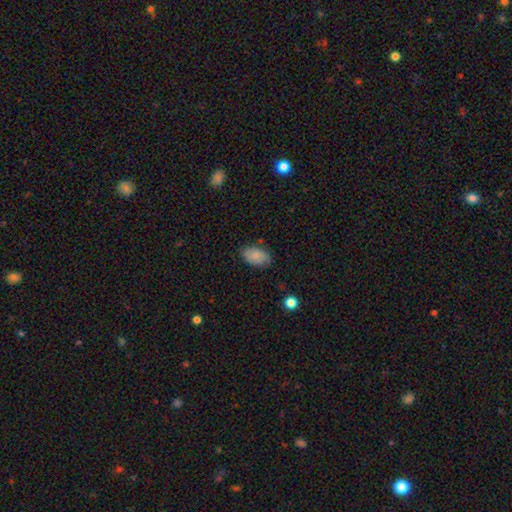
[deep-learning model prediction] A smooth galaxy with no disk features (85%) that is in between round and cigar-shaped (92%). Merging: none (81%).